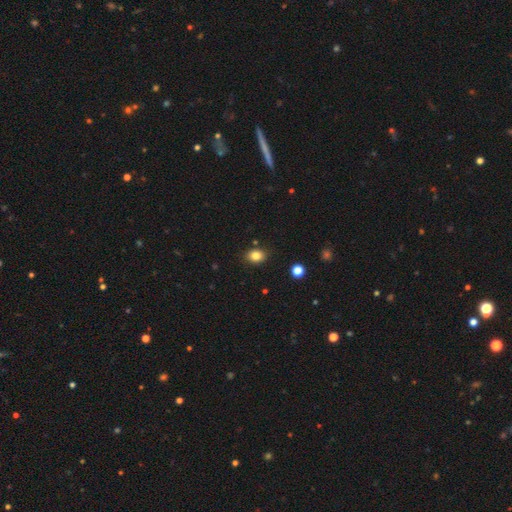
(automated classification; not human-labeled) Smooth or featured? Predicted: smooth (p=0.84). How rounded? Predicted: in between (p=0.62). Merging? Predicted: none (p=0.85).